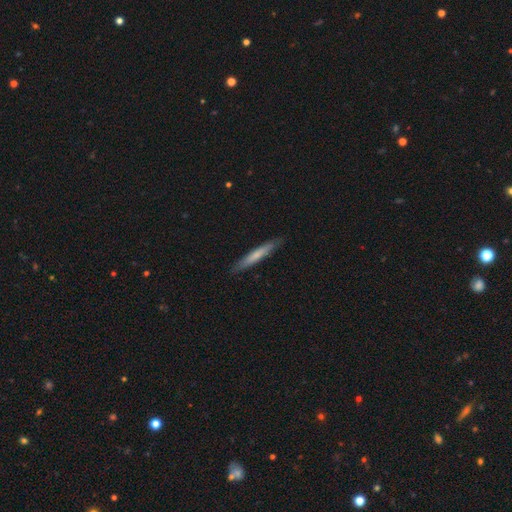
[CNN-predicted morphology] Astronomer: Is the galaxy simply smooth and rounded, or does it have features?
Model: smooth — 67%.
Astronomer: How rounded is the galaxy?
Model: cigar-shaped — 95%.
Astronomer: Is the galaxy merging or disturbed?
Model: none — 89%.